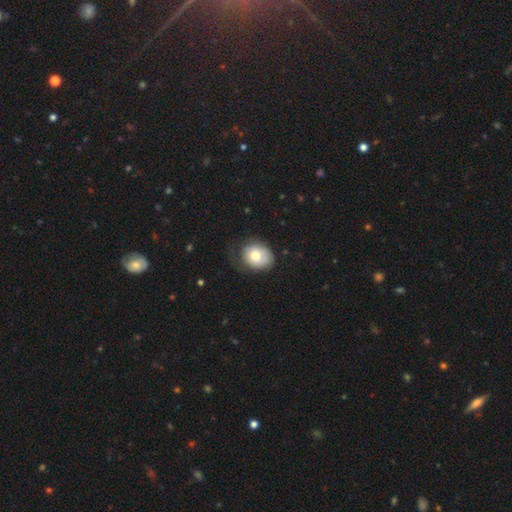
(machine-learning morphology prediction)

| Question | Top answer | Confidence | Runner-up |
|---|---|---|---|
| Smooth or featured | smooth | 73% | featured or disk (20%) |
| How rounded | round | 54% | in between (45%) |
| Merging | none | 58% | minor disturbance (28%) |